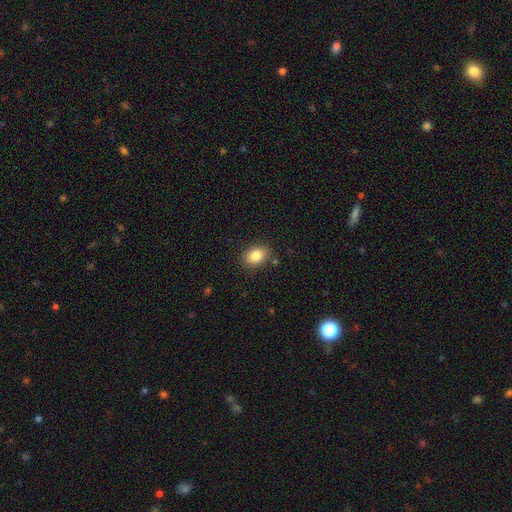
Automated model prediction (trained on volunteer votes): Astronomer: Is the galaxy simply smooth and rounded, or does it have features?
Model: smooth — 84%.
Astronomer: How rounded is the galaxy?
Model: in between — 70%.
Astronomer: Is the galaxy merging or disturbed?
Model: none — 84%.